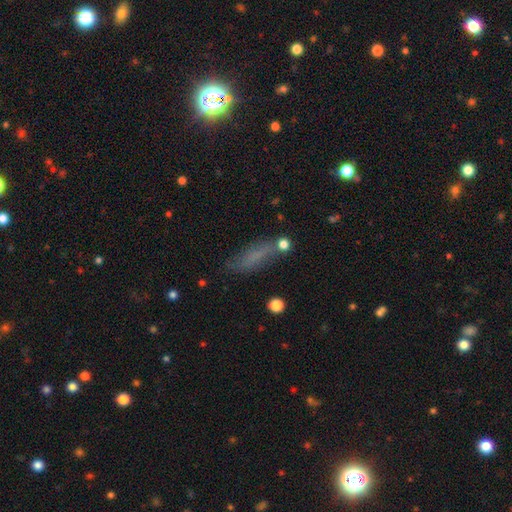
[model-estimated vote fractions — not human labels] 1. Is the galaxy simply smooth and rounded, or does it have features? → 62% smooth, 22% featured or disk, 16% star or artifact.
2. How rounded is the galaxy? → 59% cigar-shaped, 37% in between, 4% round.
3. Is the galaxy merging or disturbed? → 64% none, 21% minor disturbance, 9% major disturbance, 6% merger.